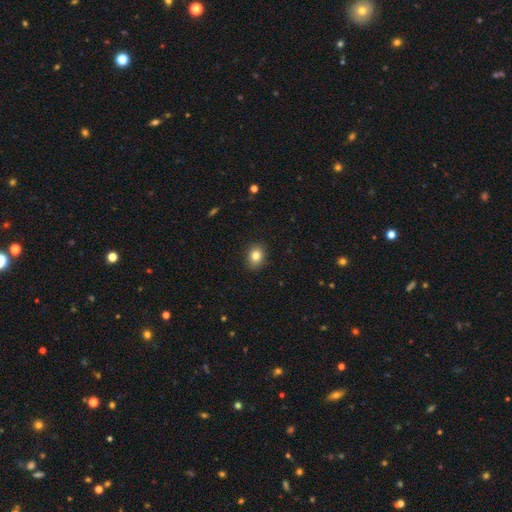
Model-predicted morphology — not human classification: smooth-or-featured: smooth: 84% | star or artifact: 10% | featured or disk: 6%
  how-rounded: in between: 52% | round: 47% | cigar-shaped: 1%
  merging: none: 87% | minor disturbance: 10% | major disturbance: 2% | merger: 1%